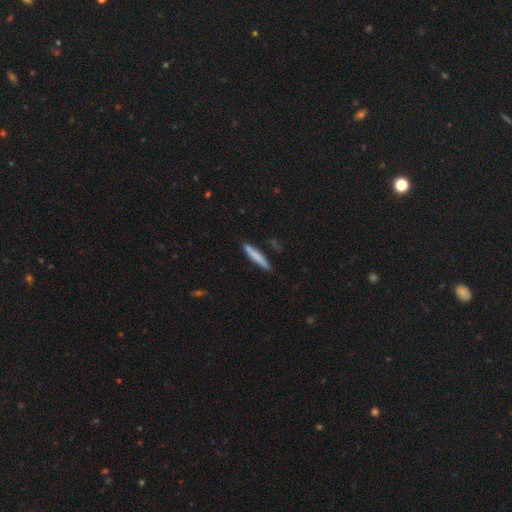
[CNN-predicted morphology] smooth_or_featured: smooth (p=0.77) [alt: featured or disk p=0.18]
how_rounded: cigar-shaped (p=0.93) [alt: in between p=0.06]
merging: none (p=0.82) [alt: minor disturbance p=0.13]